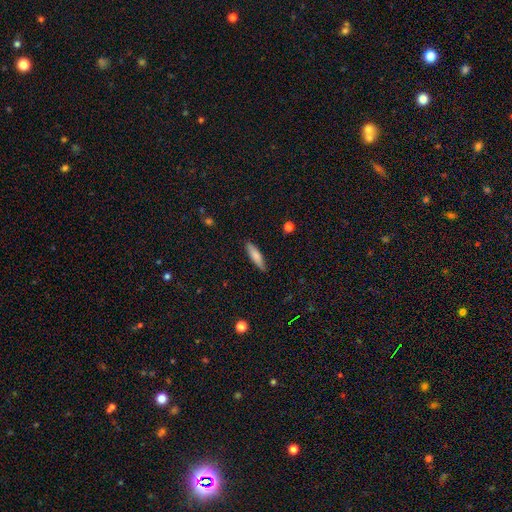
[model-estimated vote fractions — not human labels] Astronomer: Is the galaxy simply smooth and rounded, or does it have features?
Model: smooth — 76%.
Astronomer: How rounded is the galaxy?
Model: cigar-shaped — 74%.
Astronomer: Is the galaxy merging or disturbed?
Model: none — 87%.